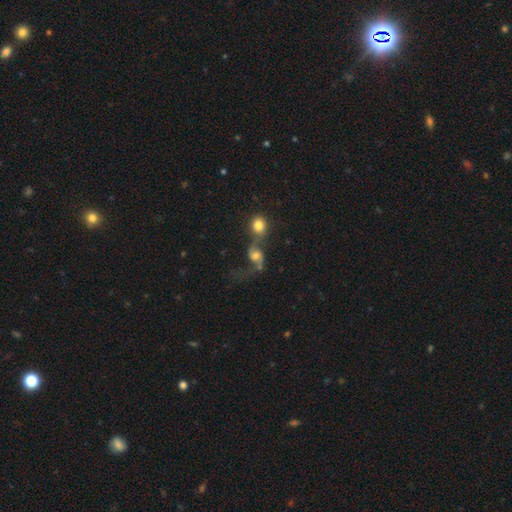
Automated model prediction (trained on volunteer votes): smooth_or_featured: featured or disk (p=0.43) [alt: smooth p=0.42]
merging: merger (p=0.58) [alt: none p=0.17]